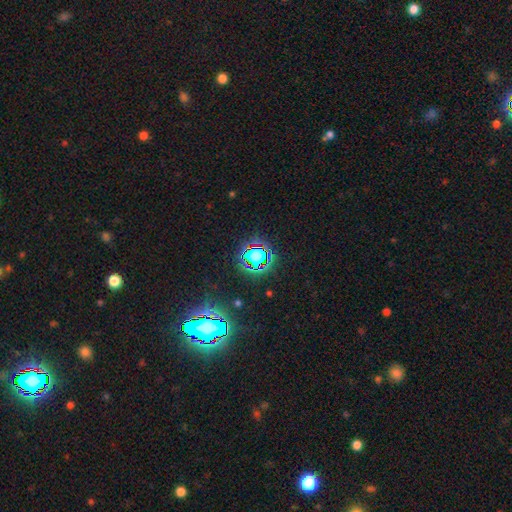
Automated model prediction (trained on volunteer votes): This appears to be a star or artifact, not a galaxy (63%).